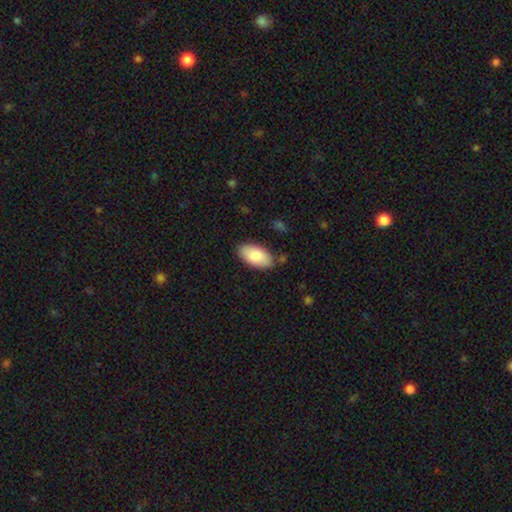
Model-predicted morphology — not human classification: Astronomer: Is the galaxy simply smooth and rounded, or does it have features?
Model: smooth — 84%.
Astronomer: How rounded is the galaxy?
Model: in between — 95%.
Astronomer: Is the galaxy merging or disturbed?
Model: none — 83%.